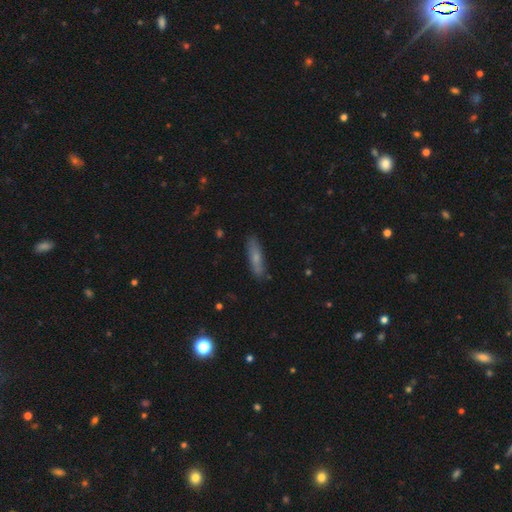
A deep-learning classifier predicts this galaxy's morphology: Smooth or featured: smooth — 58% (featured or disk — 30%)
How rounded: cigar-shaped — 76% (in between — 21%)
Merging: none — 84% (minor disturbance — 12%)